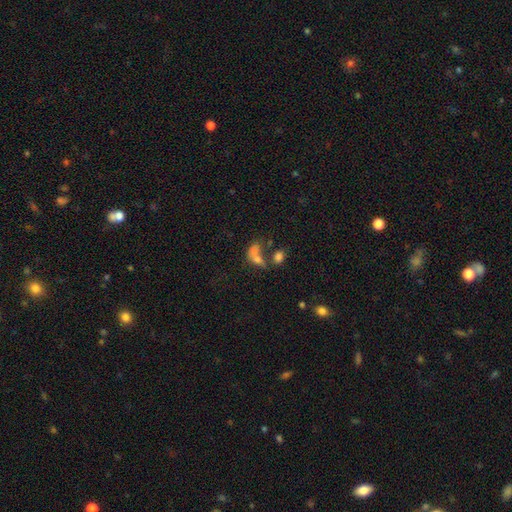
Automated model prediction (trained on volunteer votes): smooth-or-featured: smooth: 65% | featured or disk: 20% | star or artifact: 15%
  how-rounded: in between: 77% | round: 17% | cigar-shaped: 6%
  merging: merger: 53% | none: 23% | major disturbance: 14% | minor disturbance: 10%